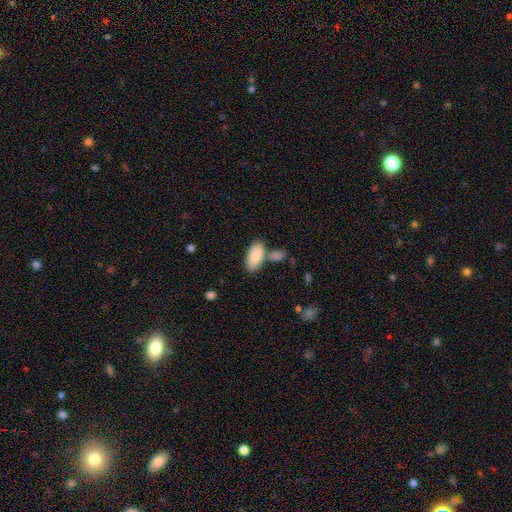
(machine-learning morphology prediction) A smooth galaxy with no disk features (88%) that is in between round and cigar-shaped (91%). Merging: none (63%).